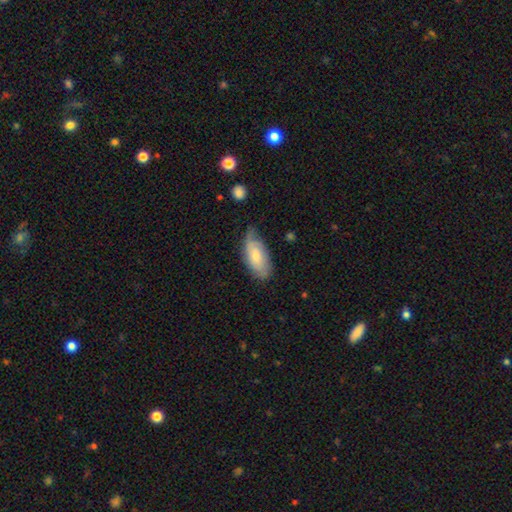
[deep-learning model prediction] Morphology: type=smooth (58%); roundness=in between (90%); merging=none (58%).